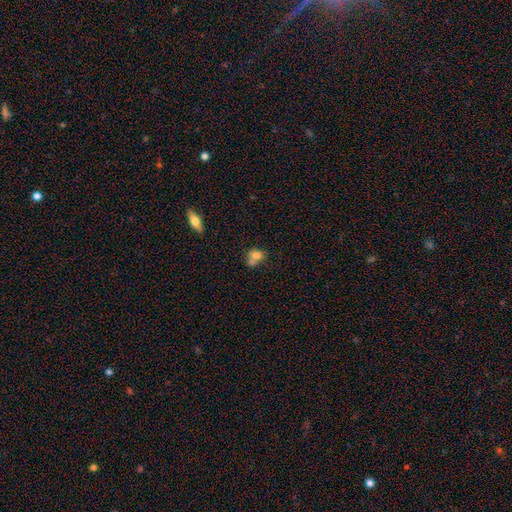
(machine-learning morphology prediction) This appears to be a smooth galaxy with no disk features (74%) that is round (50%). Merging: merger (43%).